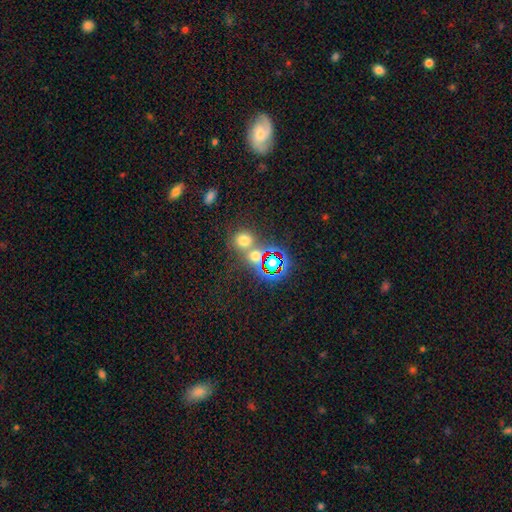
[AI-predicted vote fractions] Smooth or featured? Predicted: star or artifact (p=0.54).